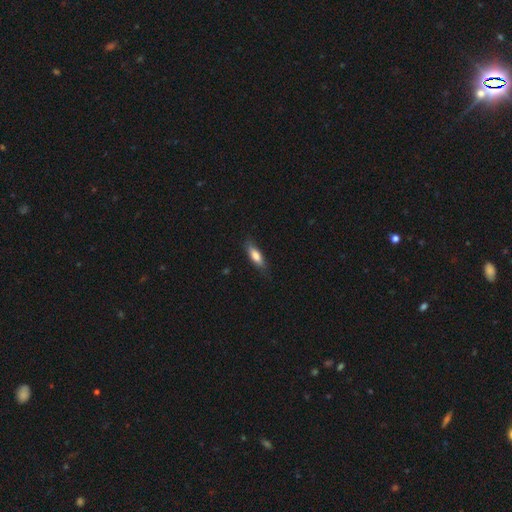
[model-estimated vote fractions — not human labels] This is likely a smooth galaxy (74%). How rounded: possibly cigar-shaped (49%, tied with in between). Merging: likely none (79%).